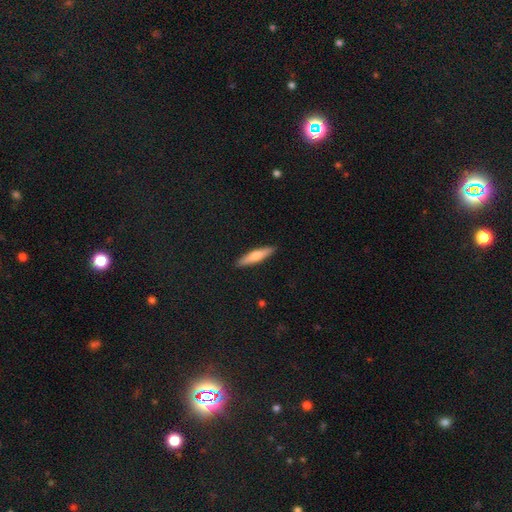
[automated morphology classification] smooth-or-featured: smooth: 61% | featured or disk: 33% | star or artifact: 6%
  how-rounded: cigar-shaped: 83% | in between: 15% | round: 2%
  merging: none: 91% | minor disturbance: 7% | major disturbance: 2% | merger: 1%